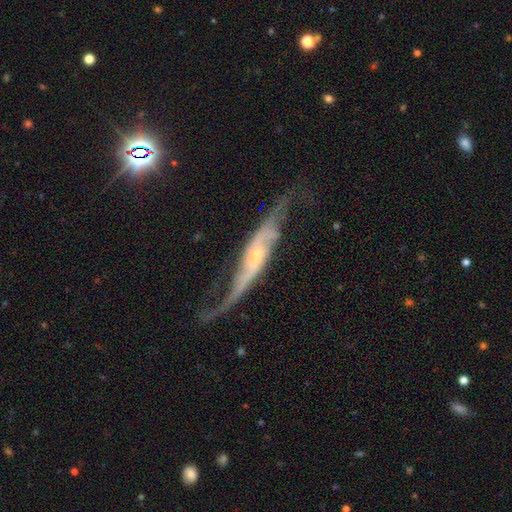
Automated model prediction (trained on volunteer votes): Q: Smooth or featured?
A: featured or disk (86%); runner-up: smooth (7%)
Q: Edge-on disk?
A: no (71%); runner-up: yes (29%)
Q: Bar?
A: no (53%); runner-up: weak (30%)
Q: Spiral arms?
A: yes (95%); runner-up: no (5%)
Q: Spiral winding?
A: loose (69%); runner-up: medium (22%)
Q: Spiral arm count?
A: 2 (86%); runner-up: can't tell (6%)
Q: Bulge size?
A: small (69%); runner-up: moderate (26%)
Q: Merging?
A: none (60%); runner-up: minor disturbance (21%)